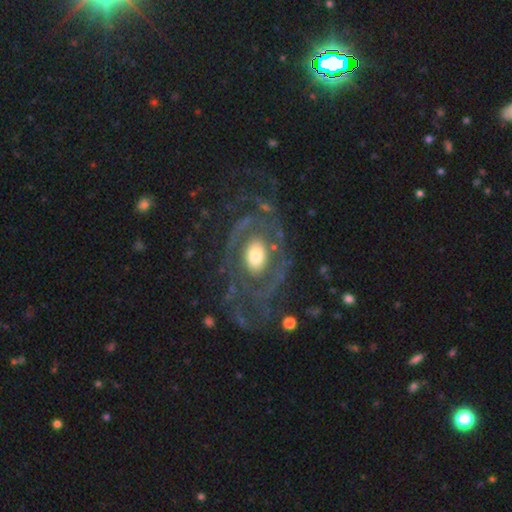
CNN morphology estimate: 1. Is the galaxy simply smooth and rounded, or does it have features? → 79% featured or disk, 15% smooth, 6% star or artifact.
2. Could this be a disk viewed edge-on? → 96% no, 4% yes.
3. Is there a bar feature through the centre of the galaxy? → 77% no, 15% weak, 8% strong.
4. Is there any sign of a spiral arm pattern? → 71% yes, 29% no.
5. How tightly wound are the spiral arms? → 49% tight, 32% medium, 18% loose.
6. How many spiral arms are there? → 34% 2, 31% can't tell, 12% 3, 10% 1, 7% 4, 7% more than 4.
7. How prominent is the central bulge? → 50% moderate, 31% large, 13% small, 4% dominant, 2% none.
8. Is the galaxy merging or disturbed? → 65% none, 18% major disturbance, 15% minor disturbance, 2% merger.